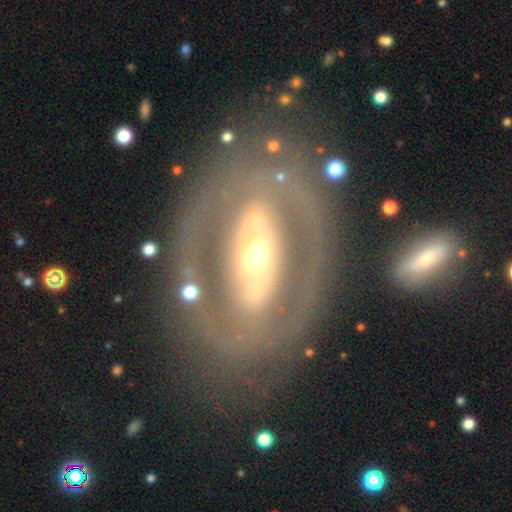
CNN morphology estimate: featured or disk 79%, smooth 15%, star or artifact 6%. Down the decision tree: edge-on disk — no (92%); bar — strong (48%); spiral arms — yes (55%); bulge size — moderate (56%); merging — none (72%).